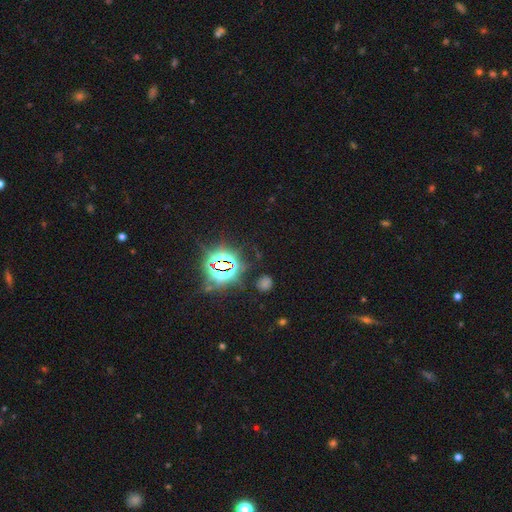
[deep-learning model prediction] Morphology: type=star or artifact (82%).